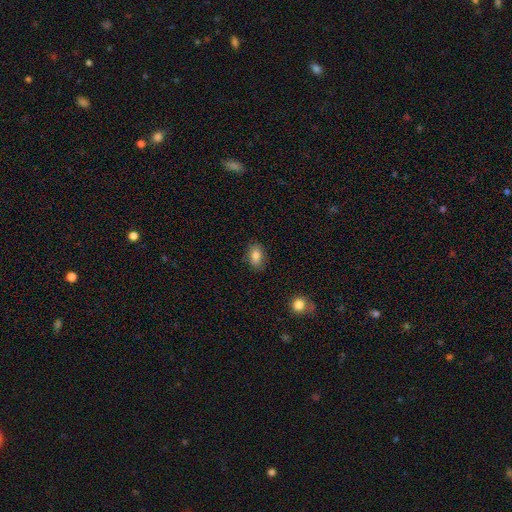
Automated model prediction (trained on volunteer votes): This appears to be a smooth galaxy with no disk features (83%) that is in between round and cigar-shaped (84%). Merging: none (83%).